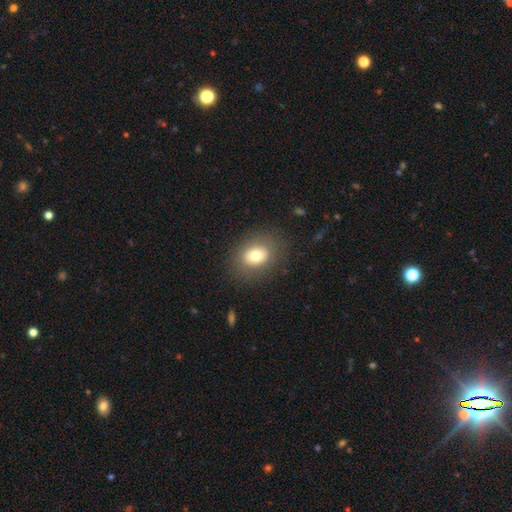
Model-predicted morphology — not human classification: The model was most divided on "how rounded": in between: 59%, round: 40%, cigar-shaped: 1%. More confident: merging — none (82%); smooth or featured — smooth (73%).